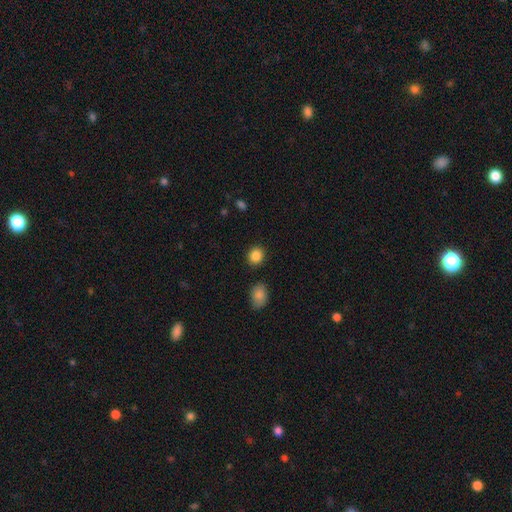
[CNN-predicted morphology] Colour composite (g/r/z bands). It shows a smooth galaxy with no disk features (87%) that is round (75%). Merging: none (88%).